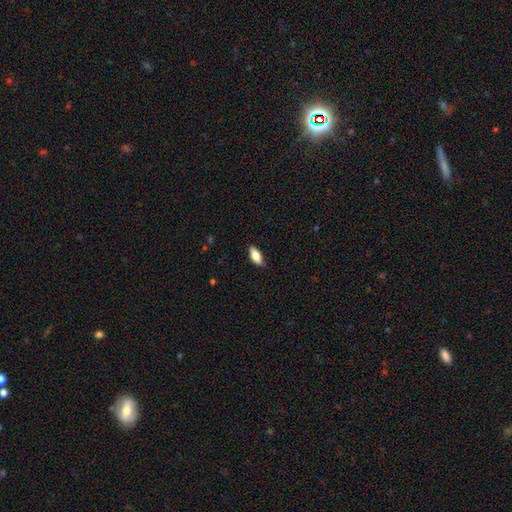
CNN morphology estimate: This appears to be a smooth galaxy with no disk features (76%) that is in between round and cigar-shaped (80%). Merging: none (79%).